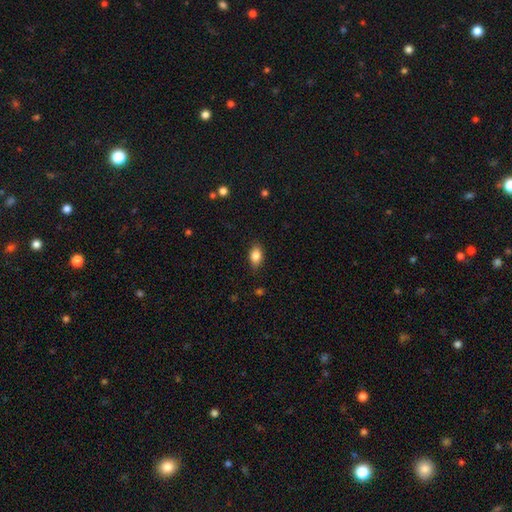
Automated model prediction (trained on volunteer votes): A smooth galaxy with no disk features (84%) that is in between round and cigar-shaped (85%). Merging: none (82%).